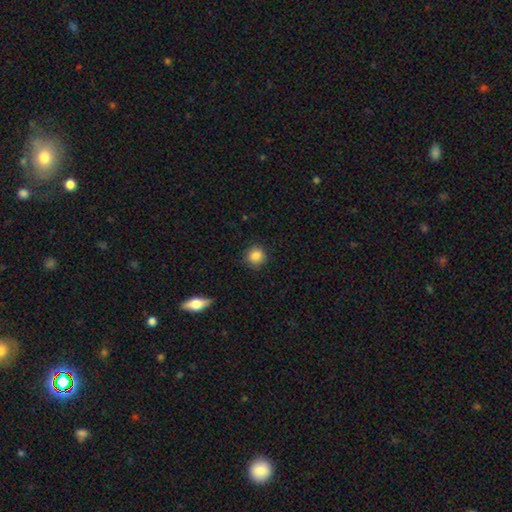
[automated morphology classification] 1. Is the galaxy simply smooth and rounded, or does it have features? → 86% smooth, 10% star or artifact, 5% featured or disk.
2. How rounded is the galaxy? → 91% round, 8% in between, 1% cigar-shaped.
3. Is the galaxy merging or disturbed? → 88% none, 8% minor disturbance, 2% major disturbance, 1% merger.